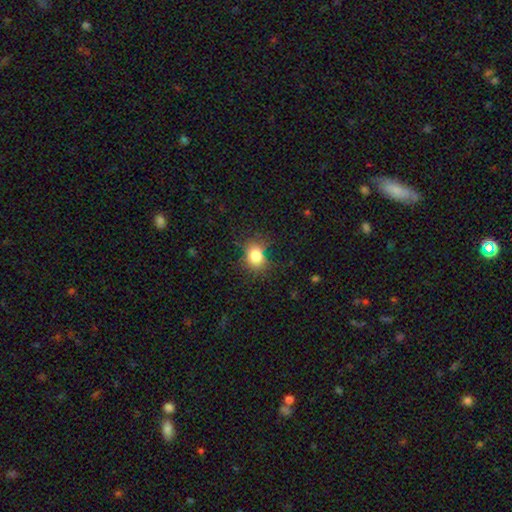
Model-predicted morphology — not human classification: A smooth galaxy with no disk features (82%) that is round (55%). Merging: none (75%).